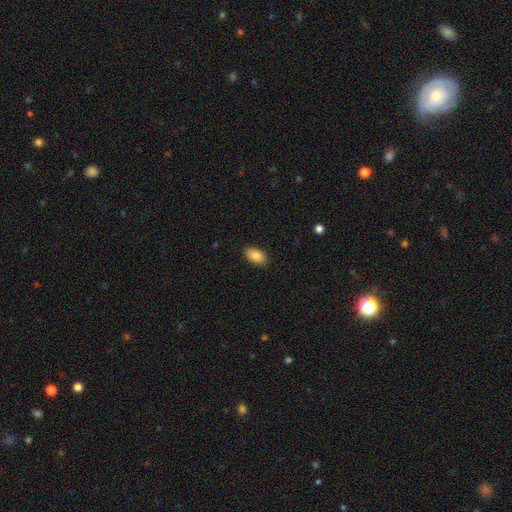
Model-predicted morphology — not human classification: smooth-or-featured: smooth: 87% | star or artifact: 7% | featured or disk: 6%
  how-rounded: in between: 93% | round: 6% | cigar-shaped: 2%
  merging: none: 88% | minor disturbance: 9% | major disturbance: 2% | merger: 1%